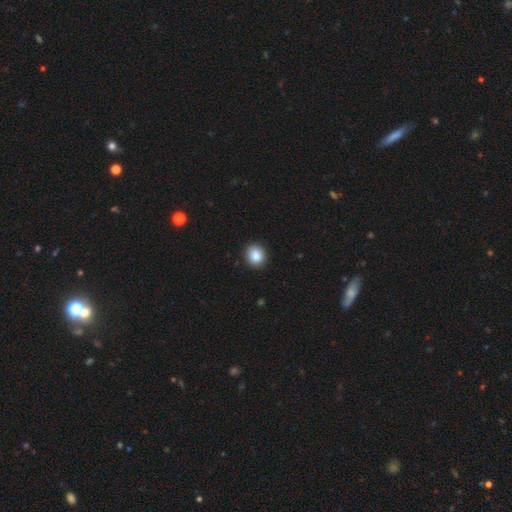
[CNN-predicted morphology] This is clearly a smooth galaxy (87%). How rounded: likely round (77%). Merging: clearly none (90%).